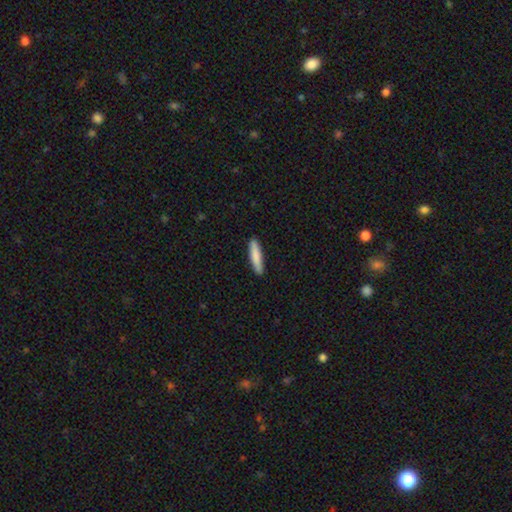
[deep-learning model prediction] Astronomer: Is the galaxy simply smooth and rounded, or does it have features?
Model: smooth — 83%.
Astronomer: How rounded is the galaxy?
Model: cigar-shaped — 85%.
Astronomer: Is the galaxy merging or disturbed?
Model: none — 88%.